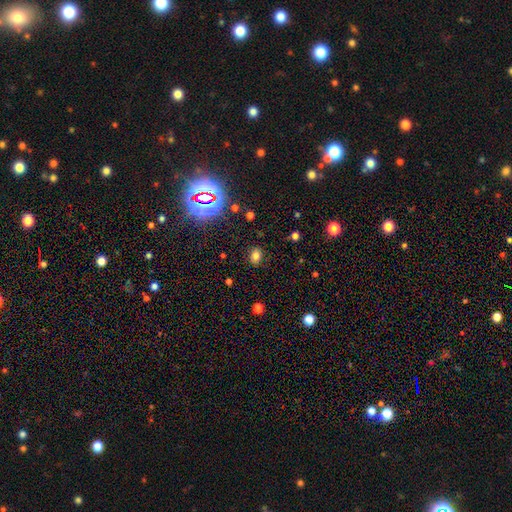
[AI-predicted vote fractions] Smooth or featured: smooth — 72% (star or artifact — 21%)
How rounded: in between — 58% (round — 41%)
Merging: none — 85% (minor disturbance — 10%)